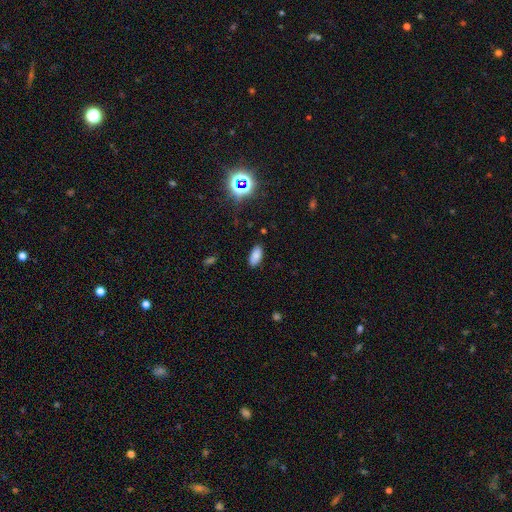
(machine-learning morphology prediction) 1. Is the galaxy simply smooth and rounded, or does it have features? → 80% smooth, 12% star or artifact, 7% featured or disk.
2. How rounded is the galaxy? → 92% in between, 5% cigar-shaped, 3% round.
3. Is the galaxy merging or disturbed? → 86% none, 10% minor disturbance, 2% major disturbance, 1% merger.